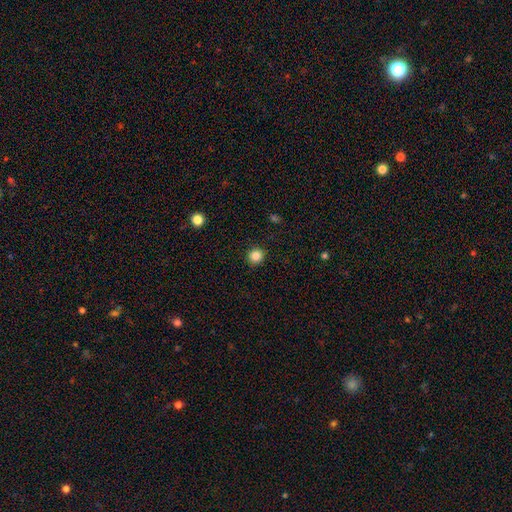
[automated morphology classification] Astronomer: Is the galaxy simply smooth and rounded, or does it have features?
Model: smooth — 85%.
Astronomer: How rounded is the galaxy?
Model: round — 92%.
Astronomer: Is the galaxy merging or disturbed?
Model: none — 91%.